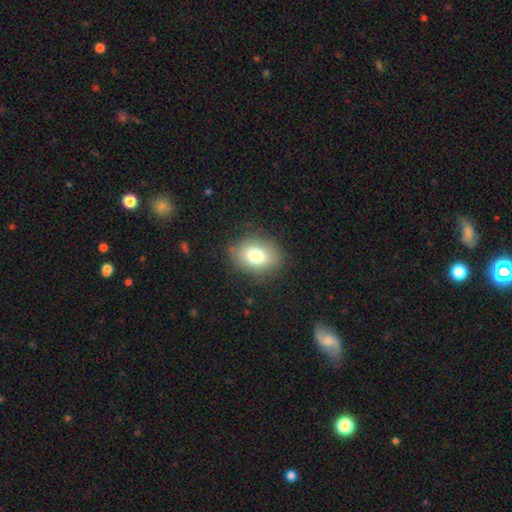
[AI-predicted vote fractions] Smooth or featured? Predicted: smooth (p=0.76). How rounded? Predicted: in between (p=0.52). Merging? Predicted: none (p=0.85).